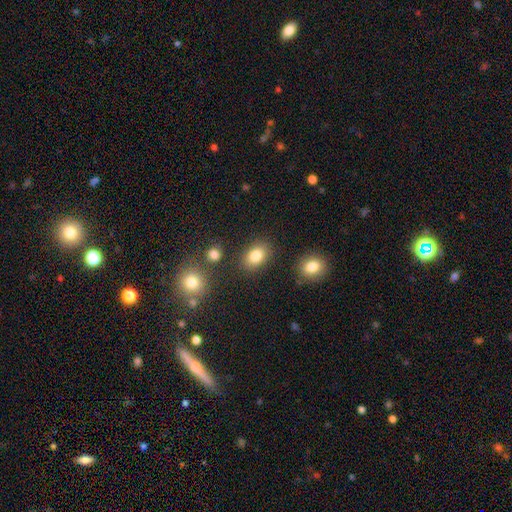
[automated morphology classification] A smooth galaxy with no disk features (84%) that is in between round and cigar-shaped (78%).

Vote fractions:
- Smooth or featured? smooth: 84% / star or artifact: 9% / featured or disk: 7%
- How rounded? in between: 78% / round: 21% / cigar-shaped: 1%
- Merging? none: 81% / minor disturbance: 11% / merger: 5% / major disturbance: 3%